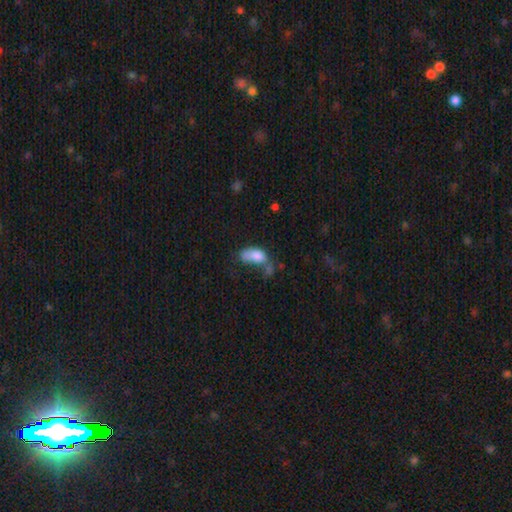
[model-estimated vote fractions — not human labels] This is likely a smooth galaxy (75%). How rounded: clearly in between (88%). Merging: marginally major disturbance (32%).